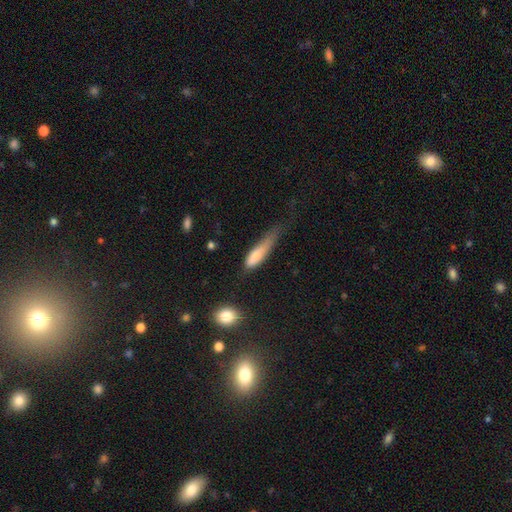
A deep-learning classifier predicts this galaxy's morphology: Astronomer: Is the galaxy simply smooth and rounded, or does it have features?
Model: smooth — 75%.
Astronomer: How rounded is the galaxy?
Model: cigar-shaped — 55% (runner-up: in between, 42%).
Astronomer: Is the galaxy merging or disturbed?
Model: minor disturbance — 39% (runner-up: major disturbance, 34%).